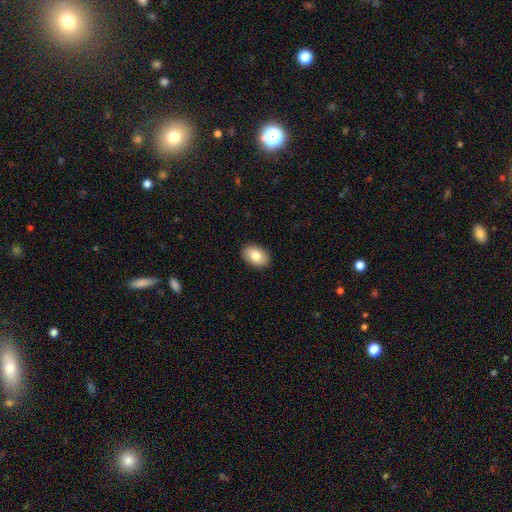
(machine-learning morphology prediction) A smooth galaxy with no disk features (83%) that is in between round and cigar-shaped (87%). Merging: none (90%).